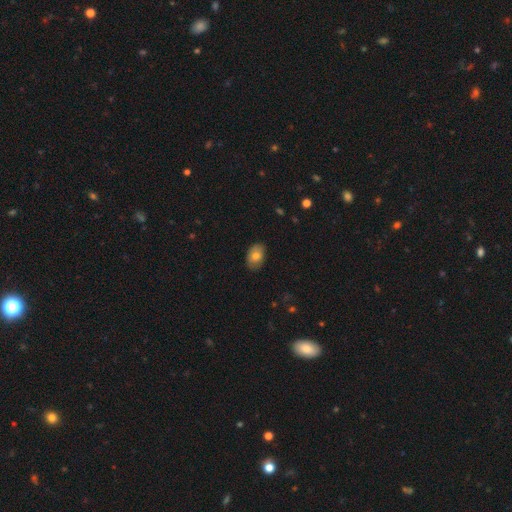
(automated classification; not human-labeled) This appears to be a smooth galaxy with no disk features (76%) that is in between round and cigar-shaped (85%). Merging: none (84%).